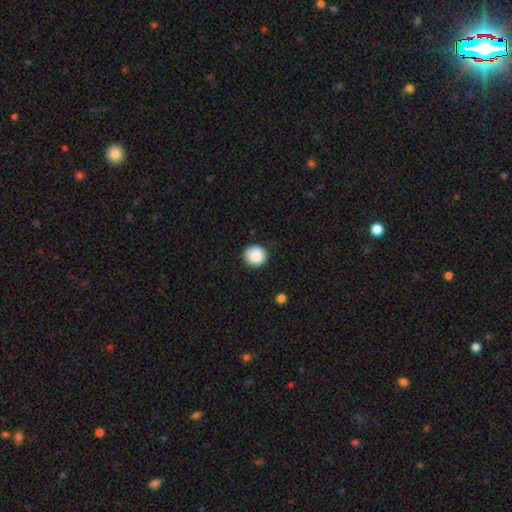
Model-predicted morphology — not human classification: This appears to be a smooth galaxy with no disk features (88%) that is round (94%). Merging: none (89%).